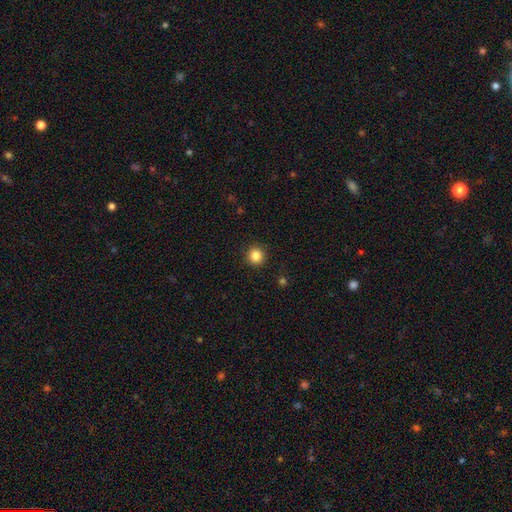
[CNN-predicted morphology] smooth-or-featured: smooth: 84% | star or artifact: 11% | featured or disk: 4%
  how-rounded: round: 94% | in between: 5% | cigar-shaped: 1%
  merging: none: 92% | minor disturbance: 5% | major disturbance: 2% | merger: 1%